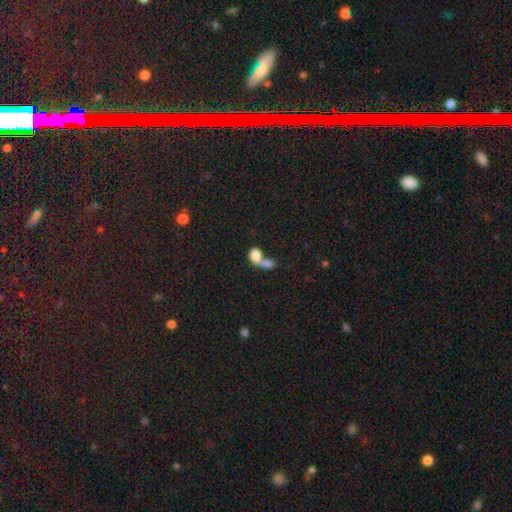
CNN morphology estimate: Smooth or featured: smooth — 80% (featured or disk — 12%)
How rounded: in between — 64% (round — 34%)
Merging: merger — 72% (none — 17%)